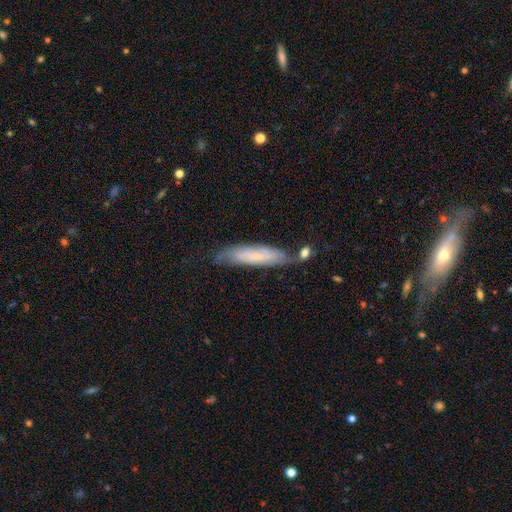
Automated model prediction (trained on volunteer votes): smooth 56%, featured or disk 37%, star or artifact 7%. Down the decision tree: how rounded — cigar-shaped (77%); merging — none (62%).